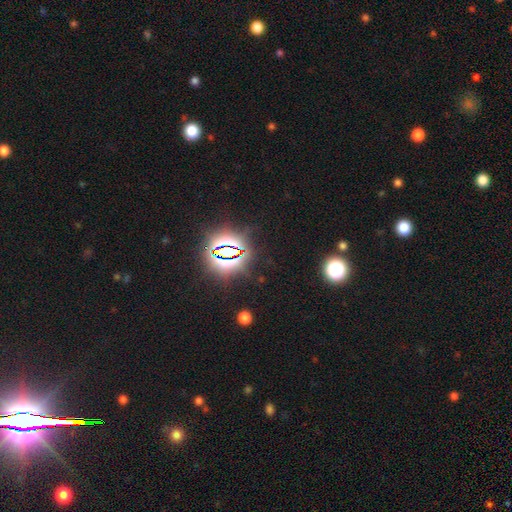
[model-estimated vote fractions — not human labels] star or artifact 81%, smooth 12%, featured or disk 7%.